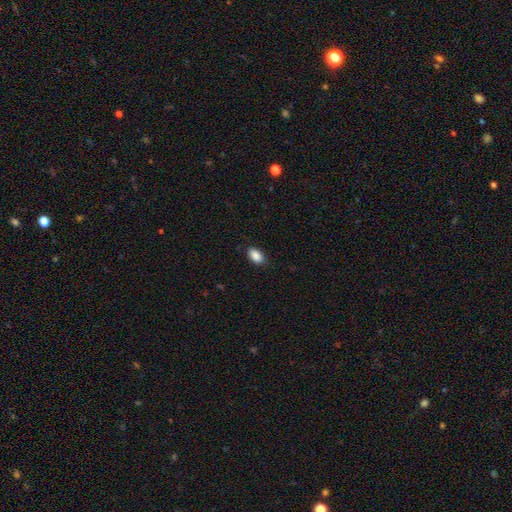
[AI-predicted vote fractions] Overall: smooth (89%). How rounded: in between (92%). Merging: none (86%).